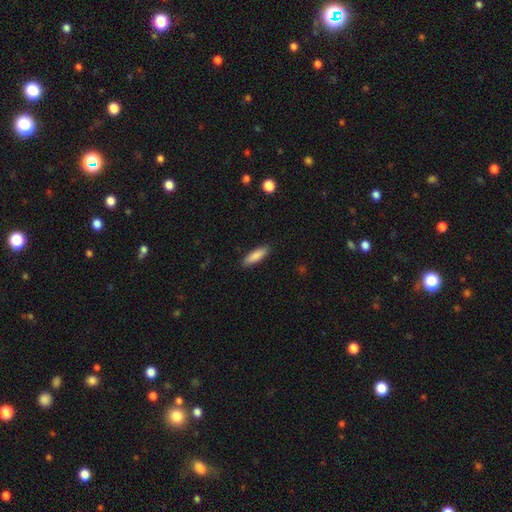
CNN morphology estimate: smooth-or-featured: smooth: 85% | featured or disk: 9% | star or artifact: 6%
  how-rounded: cigar-shaped: 59% | in between: 40% | round: 2%
  merging: none: 89% | minor disturbance: 8% | major disturbance: 2% | merger: 1%